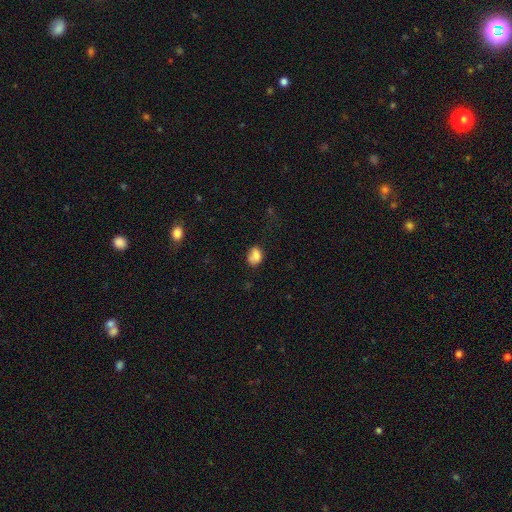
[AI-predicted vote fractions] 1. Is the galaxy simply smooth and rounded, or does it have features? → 79% smooth, 12% featured or disk, 10% star or artifact.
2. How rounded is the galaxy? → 60% in between, 39% round, 1% cigar-shaped.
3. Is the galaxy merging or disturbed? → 54% none, 29% minor disturbance, 10% major disturbance, 7% merger.